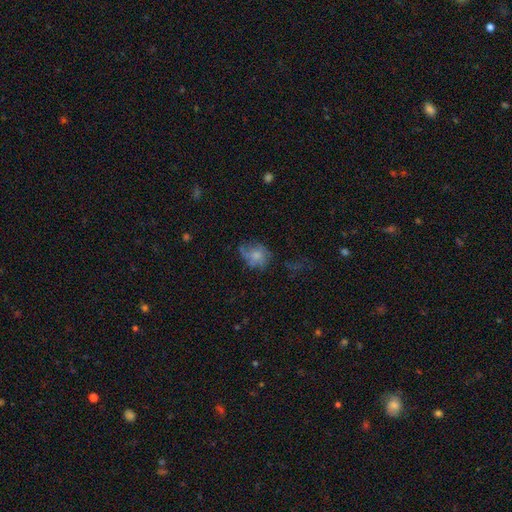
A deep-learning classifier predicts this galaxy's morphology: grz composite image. It shows a smooth galaxy with no disk features (60%) that is round (50%). Merging: none (46%).